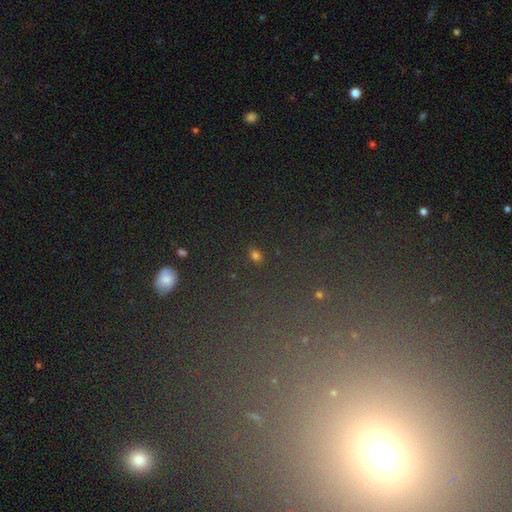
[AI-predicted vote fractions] This appears to be a smooth galaxy with no disk features (68%) that is in between round and cigar-shaped (61%). Merging: none (85%).